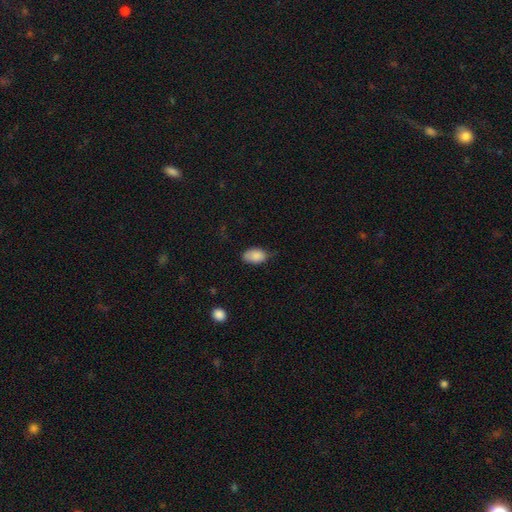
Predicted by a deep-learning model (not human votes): This appears to be a smooth galaxy with no disk features (87%) that is in between round and cigar-shaped (91%). Merging: none (60%).